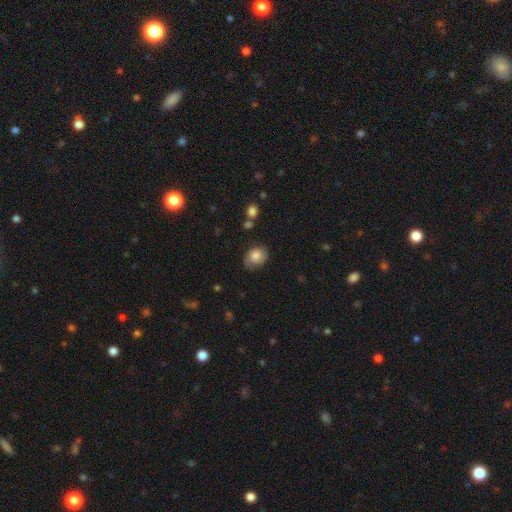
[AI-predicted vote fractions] A smooth galaxy with no disk features (71%) that is round (51%). Merging: none (64%).